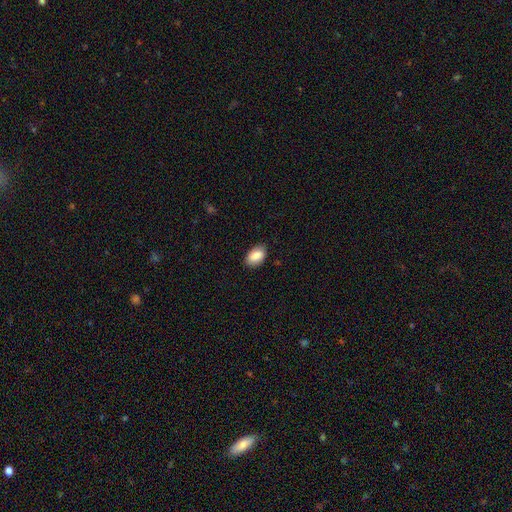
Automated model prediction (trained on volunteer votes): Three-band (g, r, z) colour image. It shows a smooth galaxy with no disk features (86%) that is in between round and cigar-shaped (91%). Merging: none (86%).